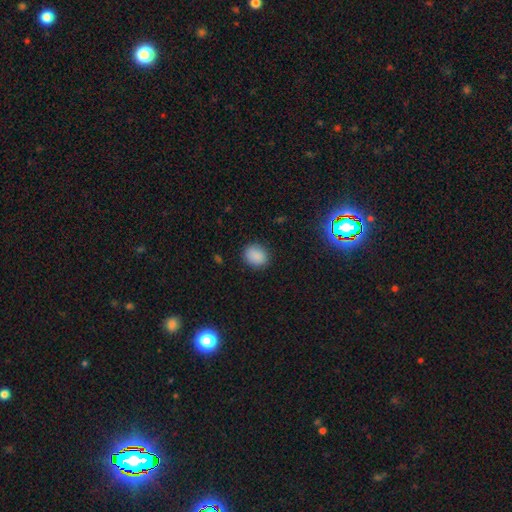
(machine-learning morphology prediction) Smooth or featured: smooth — 88% (star or artifact — 9%)
How rounded: round — 62% (in between — 37%)
Merging: none — 87% (minor disturbance — 9%)